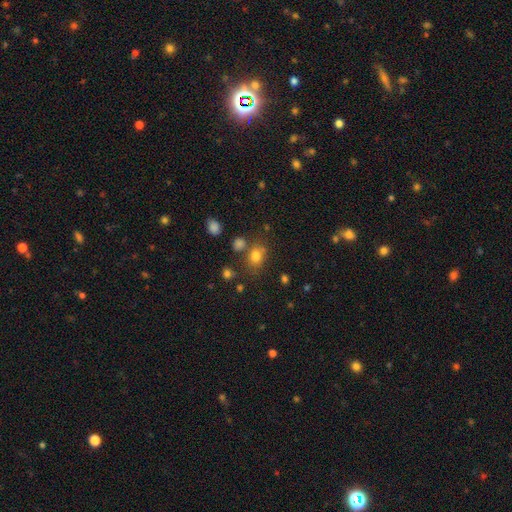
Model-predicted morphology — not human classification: Smooth or featured? Predicted: smooth (p=0.78). How rounded? Predicted: in between (p=0.52). Merging? Predicted: none (p=0.68).